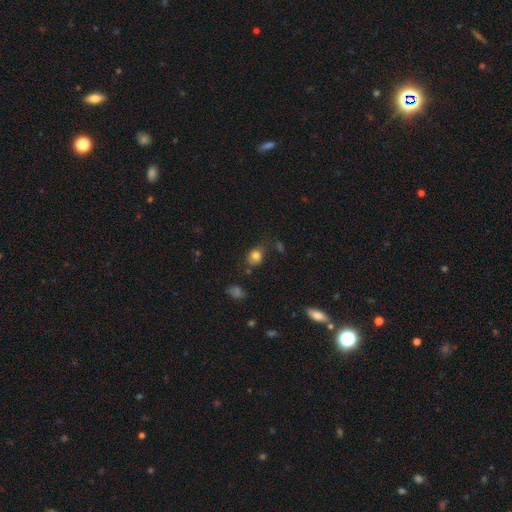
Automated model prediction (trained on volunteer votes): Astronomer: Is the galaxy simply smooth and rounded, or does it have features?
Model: smooth — 80%.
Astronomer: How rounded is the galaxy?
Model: round — 51% (runner-up: in between, 47%).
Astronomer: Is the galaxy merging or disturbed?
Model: none — 60%.